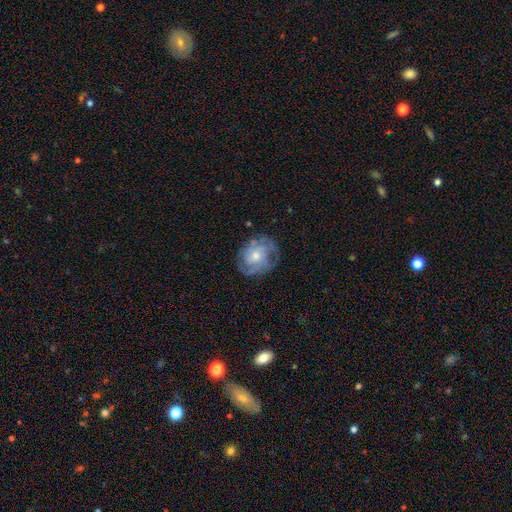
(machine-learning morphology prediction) smooth-or-featured: featured or disk: 72% | smooth: 20% | star or artifact: 8%
  disk-edge-on: no: 97% | yes: 3%
    bar: no: 76% | weak: 20% | strong: 3%
    has-spiral-arms: yes: 86% | no: 14%
      spiral-winding: tight: 60% | medium: 30% | loose: 10%
      spiral-arm-count: can't tell: 43% | 3: 19% | 2: 17% | 4: 10% | 1: 5% | more than 4: 5%
    bulge-size: moderate: 54% | small: 39% | large: 5% | none: 2% | dominant: 1%
  merging: none: 73% | minor disturbance: 18% | major disturbance: 8% | merger: 1%